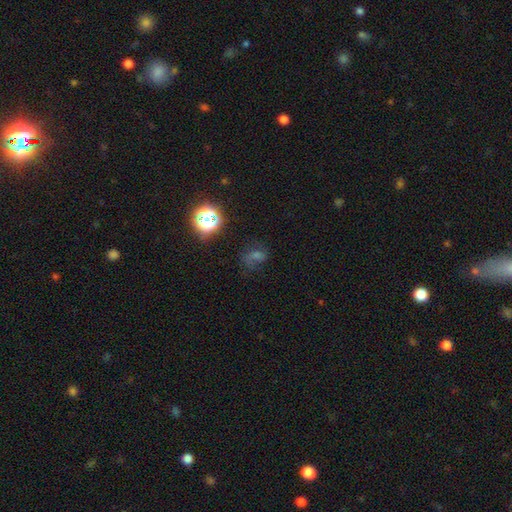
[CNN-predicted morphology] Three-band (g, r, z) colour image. It shows a star or artifact, not a galaxy (36%).